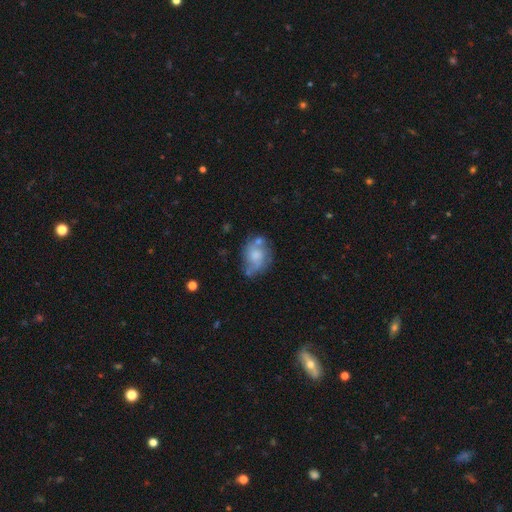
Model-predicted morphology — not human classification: A smooth galaxy with no disk features (47%). Merging: none (45%).